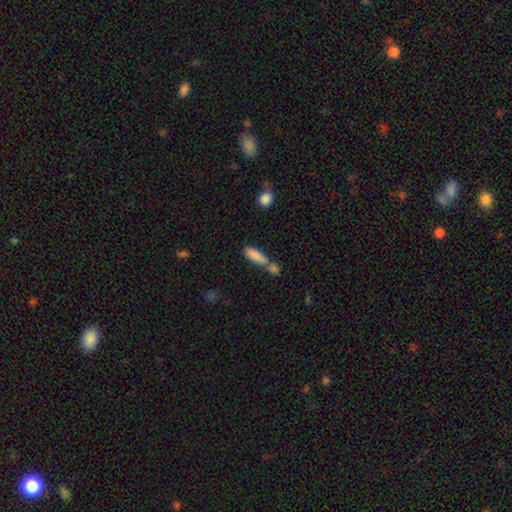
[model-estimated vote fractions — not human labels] Smooth or featured: smooth — 84% (featured or disk — 9%)
How rounded: cigar-shaped — 49% (in between — 48%)
Merging: merger — 47% (none — 36%)